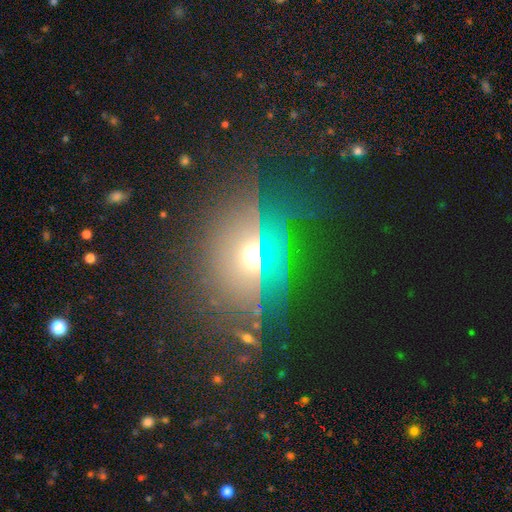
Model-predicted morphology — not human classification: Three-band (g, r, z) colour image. It shows a smooth galaxy with no disk features (35%). Merging: none (63%).